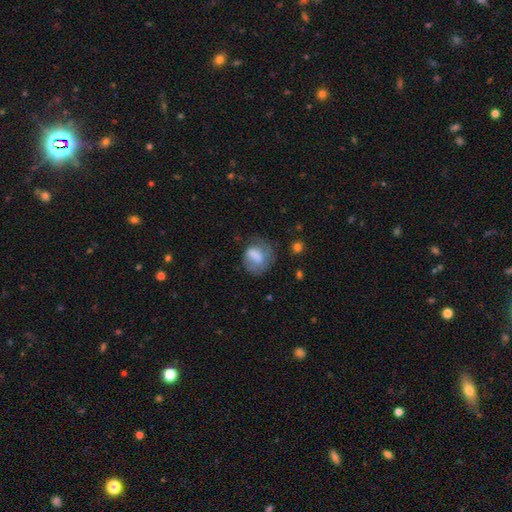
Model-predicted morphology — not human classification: smooth-or-featured: smooth: 63% | featured or disk: 29% | star or artifact: 8%
  how-rounded: round: 59% | in between: 40% | cigar-shaped: 1%
  merging: none: 45% | minor disturbance: 28% | major disturbance: 25% | merger: 2%